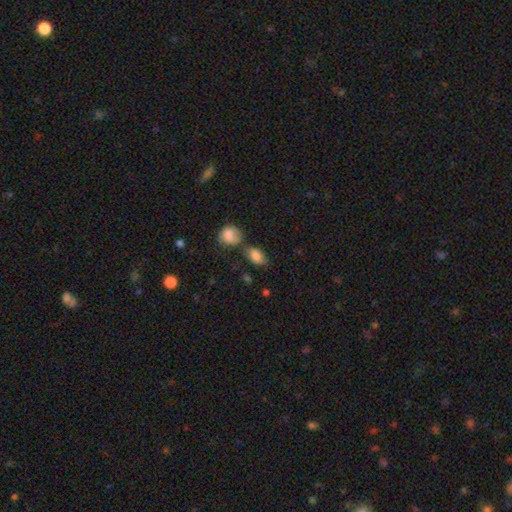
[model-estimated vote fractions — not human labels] Smooth or featured?
  - smooth: 82% *
  - featured or disk: 9%
  - star or artifact: 9%
How rounded?
  - in between: 88% *
  - round: 9%
  - cigar-shaped: 2%
Merging?
  - none: 55% *
  - minor disturbance: 21%
  - merger: 17%
  - major disturbance: 7%